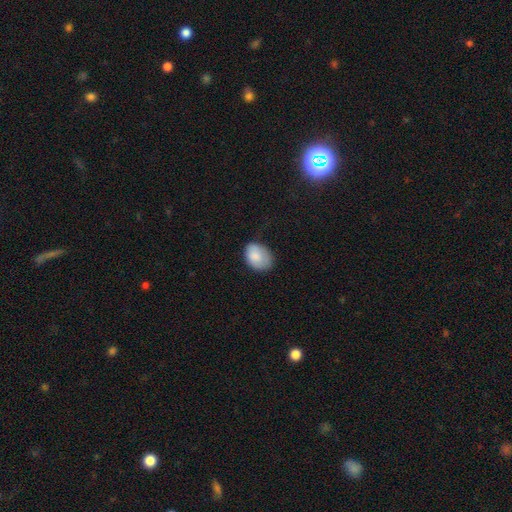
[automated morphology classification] Smooth or featured: smooth — 83% (featured or disk — 10%)
How rounded: in between — 76% (round — 23%)
Merging: none — 64% (minor disturbance — 28%)